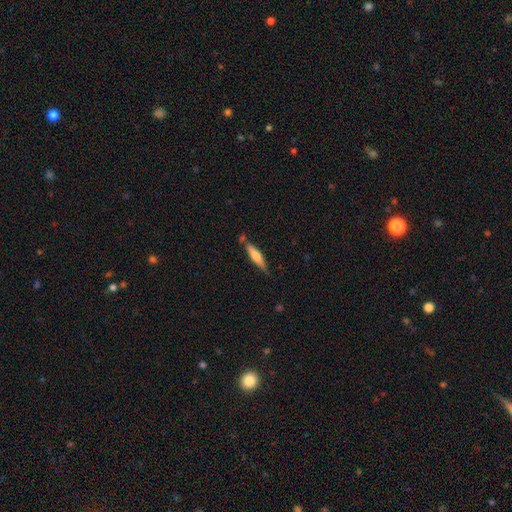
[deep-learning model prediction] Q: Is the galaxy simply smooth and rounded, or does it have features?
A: smooth — 61%.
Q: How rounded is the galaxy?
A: cigar-shaped — 83%.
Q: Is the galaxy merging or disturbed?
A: none — 72%.